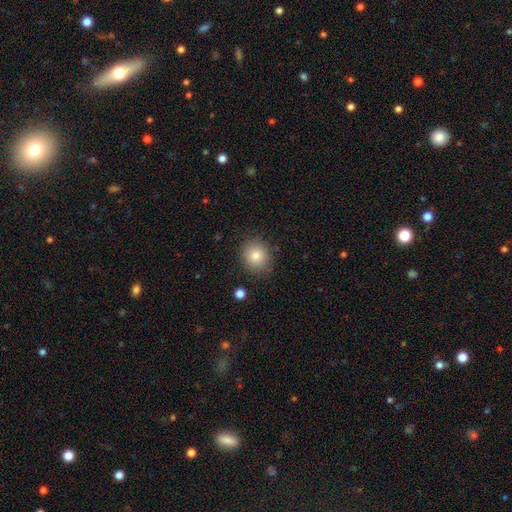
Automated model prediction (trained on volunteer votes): A smooth galaxy with no disk features (82%) that is round (78%). Merging: none (86%).